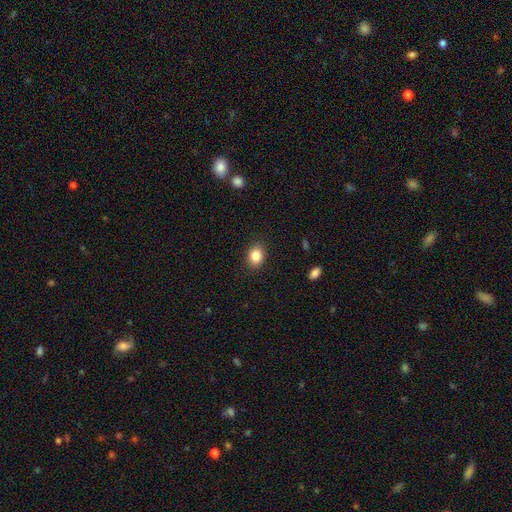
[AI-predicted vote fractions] Smooth or featured? Predicted: smooth (p=0.85). How rounded? Predicted: in between (p=0.60). Merging? Predicted: none (p=0.88).